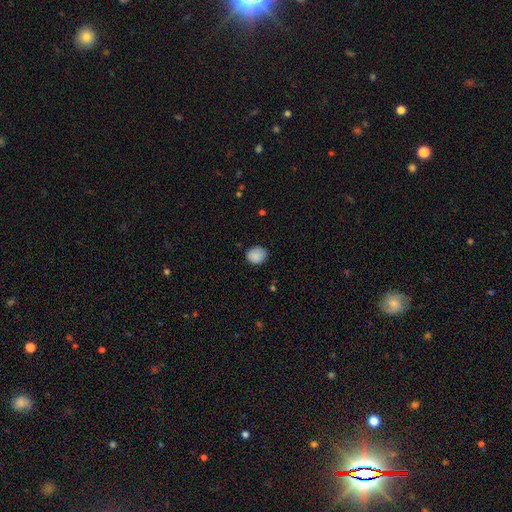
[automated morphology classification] A smooth galaxy with no disk features (88%) that is round (66%). Merging: none (79%).